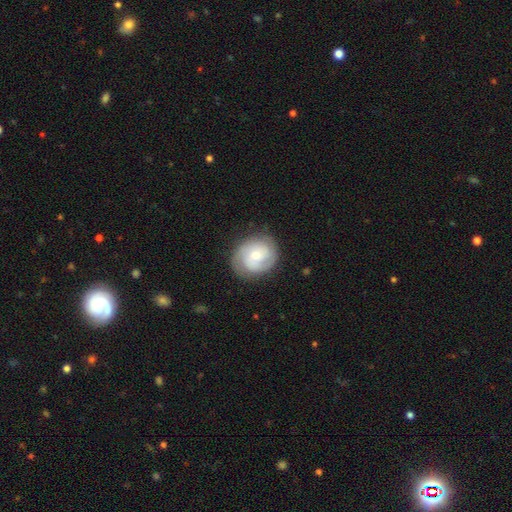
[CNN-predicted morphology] Smooth or featured?
  - featured or disk: 61% *
  - smooth: 33%
  - star or artifact: 6%
Edge-on disk?
  - no: 97% *
  - yes: 3%
Bar?
  - no: 66% *
  - weak: 29%
  - strong: 5%
Spiral arms?
  - yes: 88% *
  - no: 12%
Spiral winding?
  - tight: 54% *
  - medium: 35%
  - loose: 11%
Spiral arm count?
  - 2: 50% *
  - can't tell: 23%
  - 3: 17%
  - 1: 5%
  - 4: 3%
  - more than 4: 3%
Bulge size?
  - moderate: 50% *
  - small: 44%
  - large: 4%
  - none: 1%
  - dominant: 1%
Merging?
  - none: 78% *
  - minor disturbance: 16%
  - major disturbance: 5%
  - merger: 1%